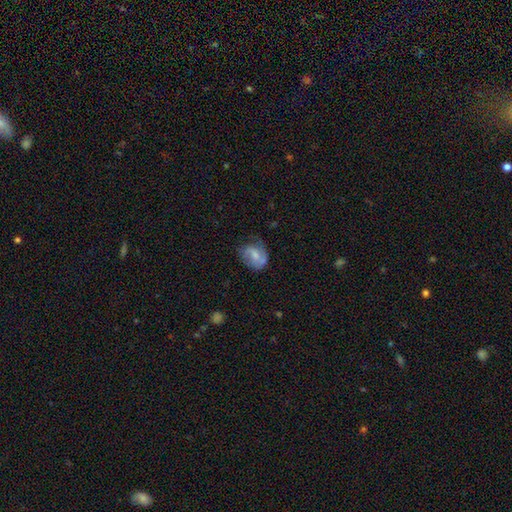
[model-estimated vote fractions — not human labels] Morphology: type=smooth (51%); roundness=in between (60%); merging=none (51%).